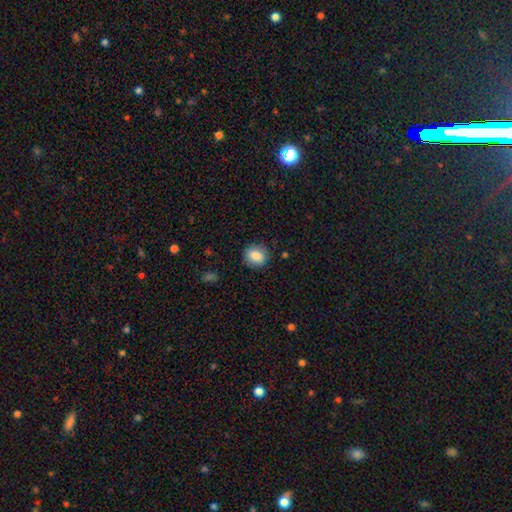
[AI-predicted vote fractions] This appears to be a smooth galaxy with no disk features (85%) that is round (68%). Merging: none (83%).